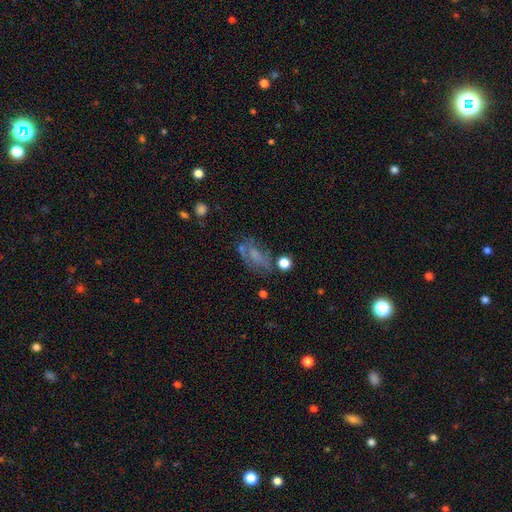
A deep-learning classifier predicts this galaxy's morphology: Overall: featured or disk (42%; smooth 40%). Merging: none (50%; minor disturbance 23%).